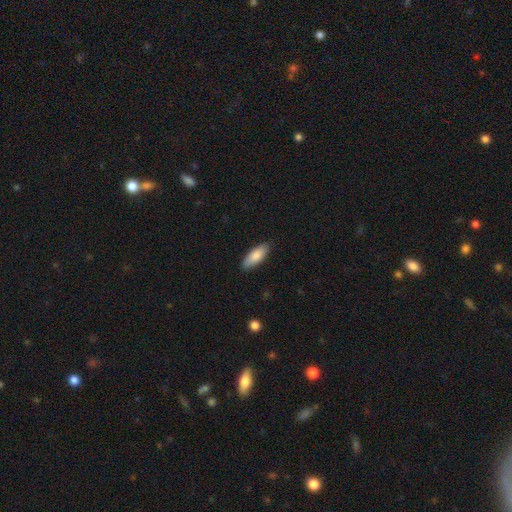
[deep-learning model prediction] Q: Smooth or featured?
A: smooth (85%); runner-up: featured or disk (10%)
Q: How rounded?
A: in between (74%); runner-up: cigar-shaped (24%)
Q: Merging?
A: none (87%); runner-up: minor disturbance (10%)